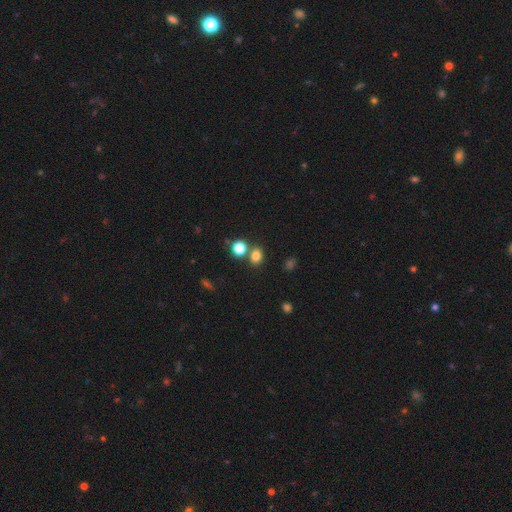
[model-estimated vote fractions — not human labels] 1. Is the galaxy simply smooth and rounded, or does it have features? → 79% smooth, 15% star or artifact, 6% featured or disk.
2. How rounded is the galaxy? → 60% round, 39% in between, 1% cigar-shaped.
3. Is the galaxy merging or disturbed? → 64% none, 24% merger, 9% minor disturbance, 3% major disturbance.